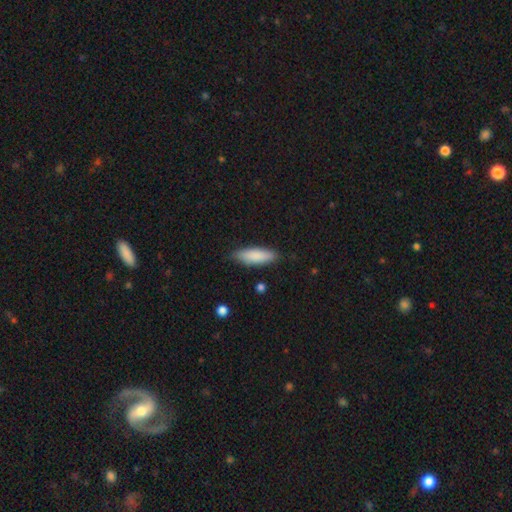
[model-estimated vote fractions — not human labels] A smooth galaxy with no disk features (85%) that is cigar-shaped (49%, tied with in between).

Vote fractions:
- Smooth or featured? smooth: 85% / featured or disk: 9% / star or artifact: 6%
- How rounded? cigar-shaped: 49% (tied) / in between: 49% (tied) / round: 2%
- Merging? none: 85% / minor disturbance: 12% / major disturbance: 2% / merger: 1%